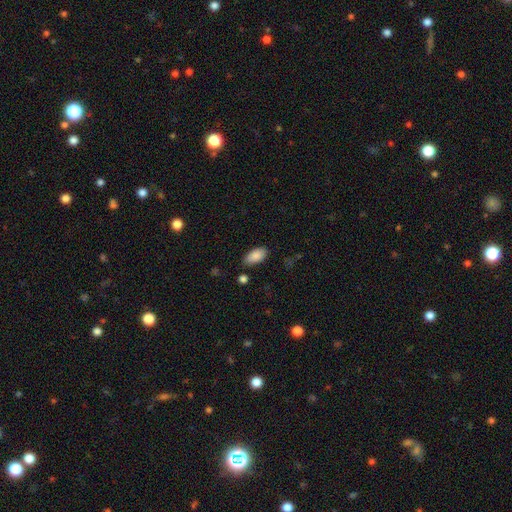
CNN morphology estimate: smooth_or_featured: smooth (p=0.87) [alt: star or artifact p=0.07]
how_rounded: in between (p=0.94) [alt: cigar-shaped p=0.04]
merging: none (p=0.81) [alt: minor disturbance p=0.14]